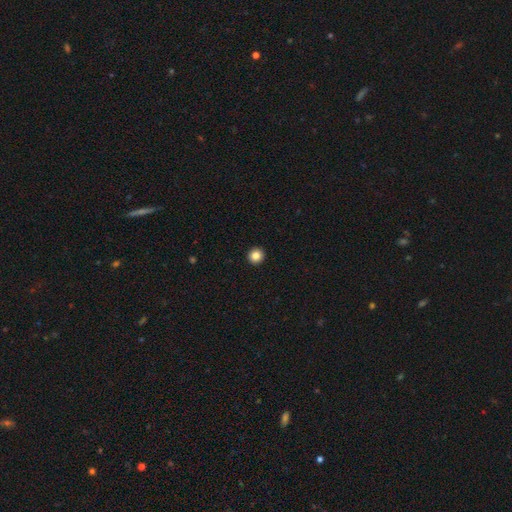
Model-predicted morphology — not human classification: Smooth or featured? smooth (84%)
How rounded? round (95%)
Merging? none (94%)